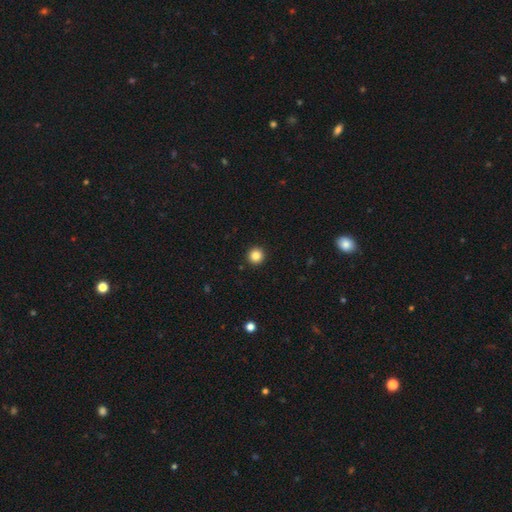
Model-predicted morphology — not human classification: This is clearly a smooth galaxy (85%). How rounded: clearly round (96%). Merging: clearly none (93%).